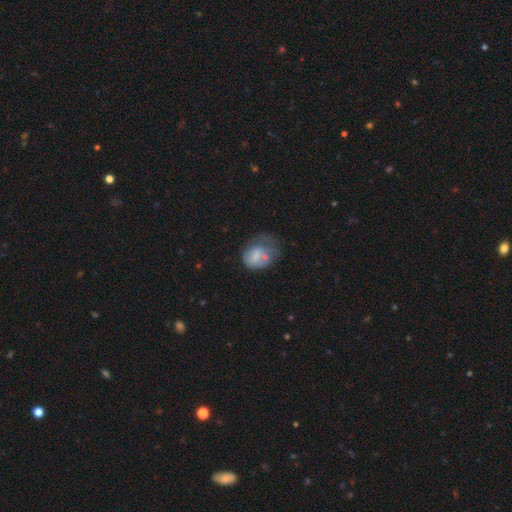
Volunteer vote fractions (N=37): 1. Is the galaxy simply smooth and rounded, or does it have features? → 54% smooth, 41% featured or disk, 5% star or artifact.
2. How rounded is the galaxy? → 65% in between, 35% round, 0% cigar-shaped.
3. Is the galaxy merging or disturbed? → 46% major disturbance, 31% minor disturbance, 20% none, 3% merger.